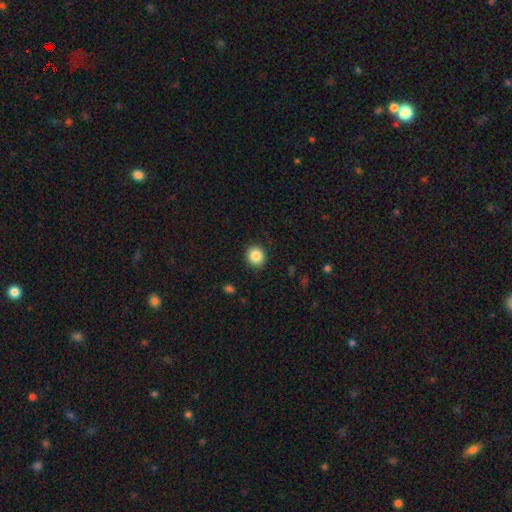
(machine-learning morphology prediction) This is clearly a smooth galaxy (86%). How rounded: clearly round (86%). Merging: clearly none (90%).